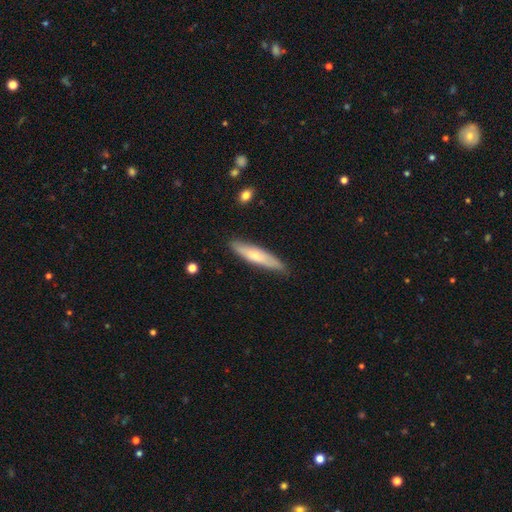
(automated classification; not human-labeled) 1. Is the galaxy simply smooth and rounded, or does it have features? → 62% smooth, 33% featured or disk, 5% star or artifact.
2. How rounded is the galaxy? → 84% cigar-shaped, 14% in between, 1% round.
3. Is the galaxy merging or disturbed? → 82% none, 15% minor disturbance, 2% major disturbance, 1% merger.